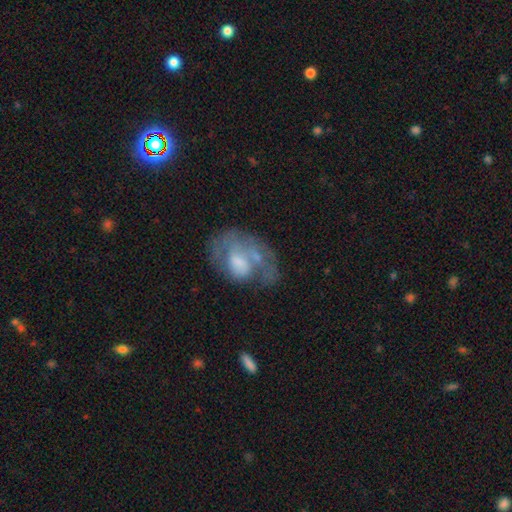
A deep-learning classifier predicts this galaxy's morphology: Smooth or featured?
  - featured or disk: 60% *
  - smooth: 22%
  - star or artifact: 18%
Edge-on disk?
  - no: 96% *
  - yes: 4%
Bar?
  - no: 64% *
  - weak: 29%
  - strong: 7%
Spiral arms?
  - yes: 65% *
  - no: 35%
Bulge size?
  - moderate: 44% *
  - small: 35%
  - none: 11%
  - large: 8%
  - dominant: 2%
Merging?
  - none: 52% *
  - minor disturbance: 21%
  - major disturbance: 20%
  - merger: 7%